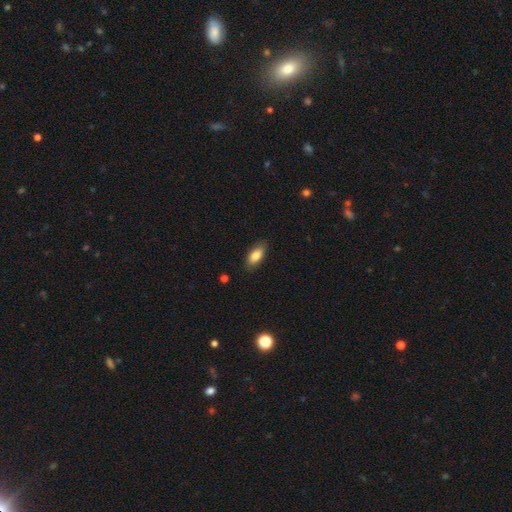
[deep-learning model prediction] Overall: smooth (83%). How rounded: in between (88%). Merging: none (84%).